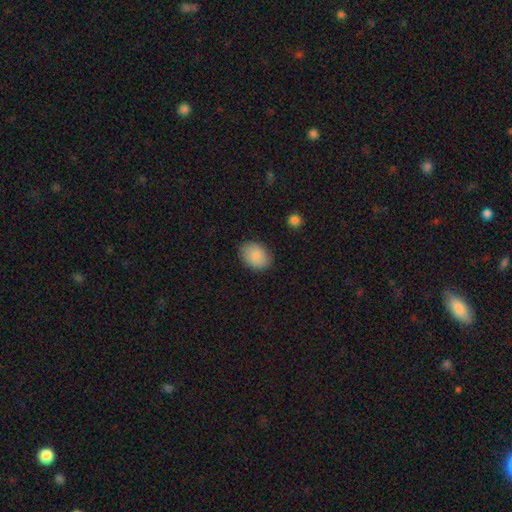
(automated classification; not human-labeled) Smooth or featured? smooth (86%)
How rounded? in between (77%)
Merging? none (85%)